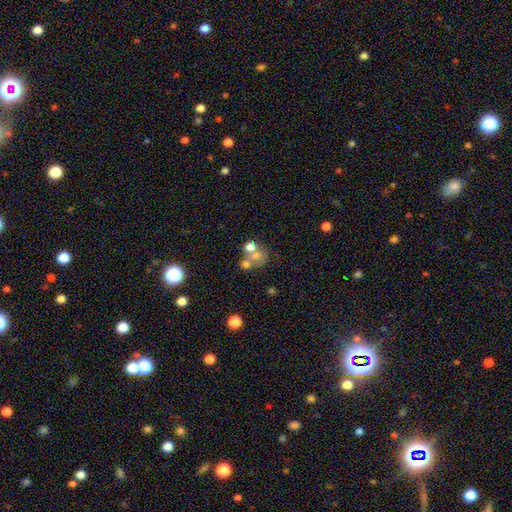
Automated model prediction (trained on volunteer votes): Q: Smooth or featured?
A: smooth (58%); runner-up: featured or disk (25%)
Q: How rounded?
A: round (69%); runner-up: in between (30%)
Q: Merging?
A: merger (53%); runner-up: none (32%)